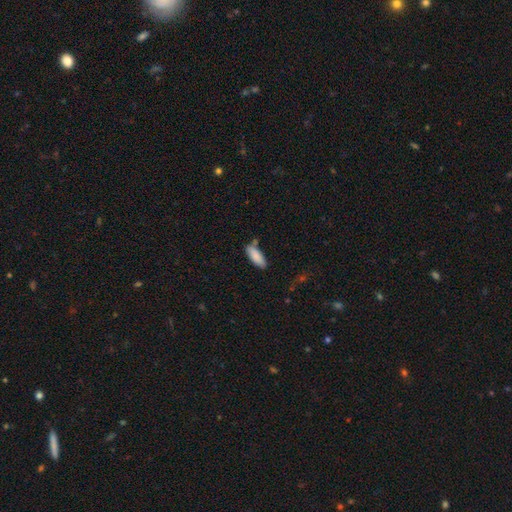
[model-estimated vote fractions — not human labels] A smooth galaxy with no disk features (87%) that is in between round and cigar-shaped (70%).

Vote fractions:
- Smooth or featured? smooth: 87% / featured or disk: 7% / star or artifact: 6%
- How rounded? in between: 70% / cigar-shaped: 28% / round: 2%
- Merging? none: 72% / minor disturbance: 17% / merger: 8% / major disturbance: 3%